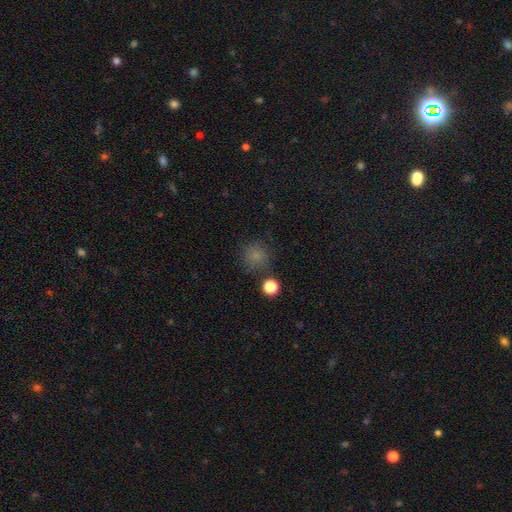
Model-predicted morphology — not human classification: Smooth or featured? Predicted: smooth (p=0.79). How rounded? Predicted: round (p=0.91). Merging? Predicted: none (p=0.77).